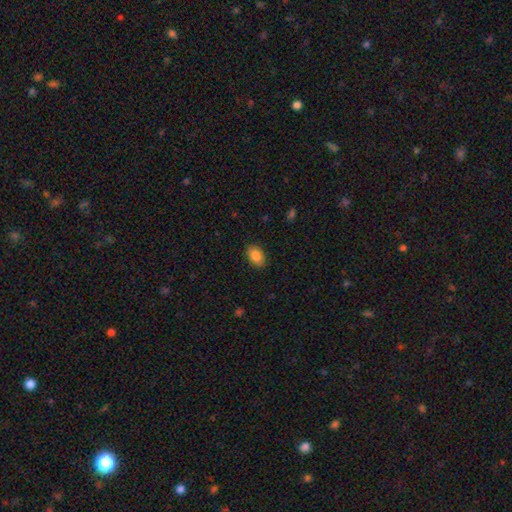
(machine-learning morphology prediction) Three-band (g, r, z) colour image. It shows a smooth galaxy with no disk features (87%) that is in between round and cigar-shaped (85%). Merging: none (87%).